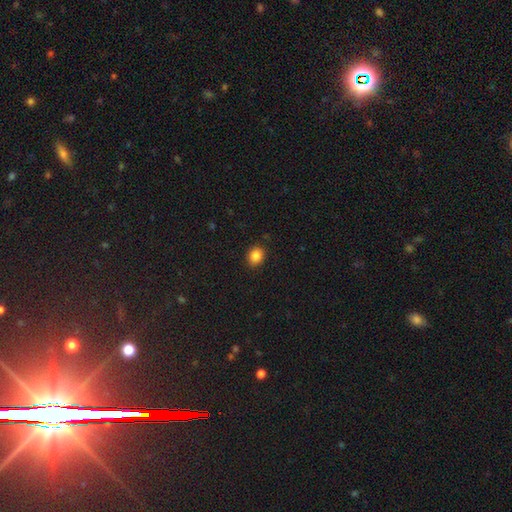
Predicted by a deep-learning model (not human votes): Smooth or featured?
  - smooth: 85% *
  - star or artifact: 10%
  - featured or disk: 4%
How rounded?
  - round: 65% *
  - in between: 34%
  - cigar-shaped: 1%
Merging?
  - none: 89% *
  - minor disturbance: 8%
  - major disturbance: 2%
  - merger: 1%